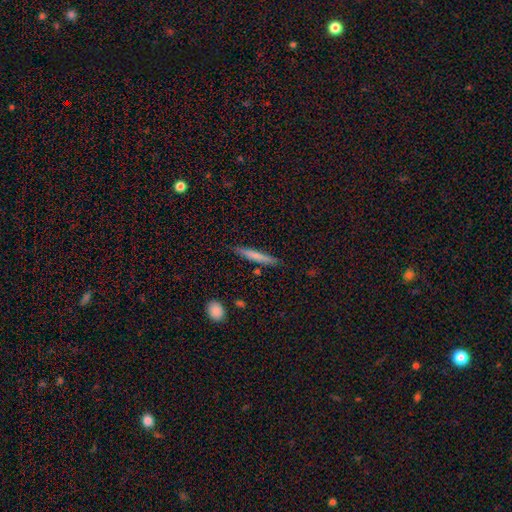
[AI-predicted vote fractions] This is likely a smooth galaxy (68%). How rounded: clearly cigar-shaped (94%). Merging: clearly none (85%).